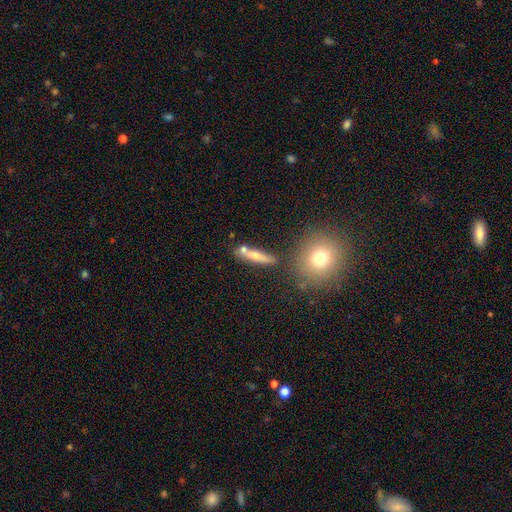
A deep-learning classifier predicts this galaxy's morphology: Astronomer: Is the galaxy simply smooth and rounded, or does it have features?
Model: smooth — 60%.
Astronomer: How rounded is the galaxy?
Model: cigar-shaped — 75%.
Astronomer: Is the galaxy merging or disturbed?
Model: none — 64%.